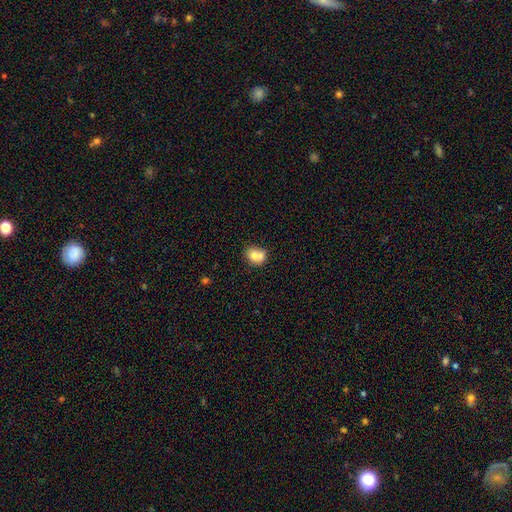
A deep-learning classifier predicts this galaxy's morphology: A smooth galaxy with no disk features (70%) that is round (64%). Merging: merger (55%).